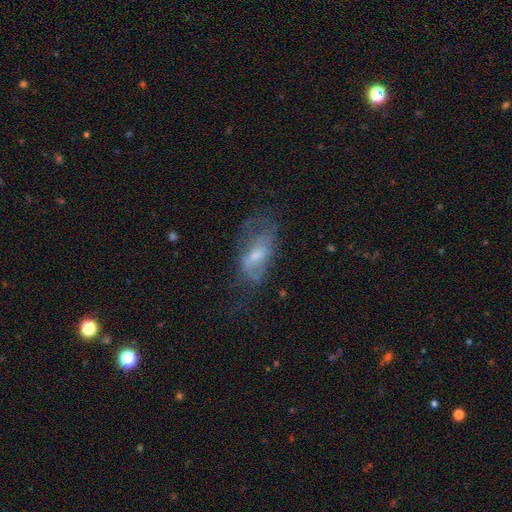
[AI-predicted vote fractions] The model was most divided on "merging": none: 39%, major disturbance: 33%, minor disturbance: 25%, merger: 3%. More confident: edge-on disk — no (90%); smooth or featured — featured or disk (53%).